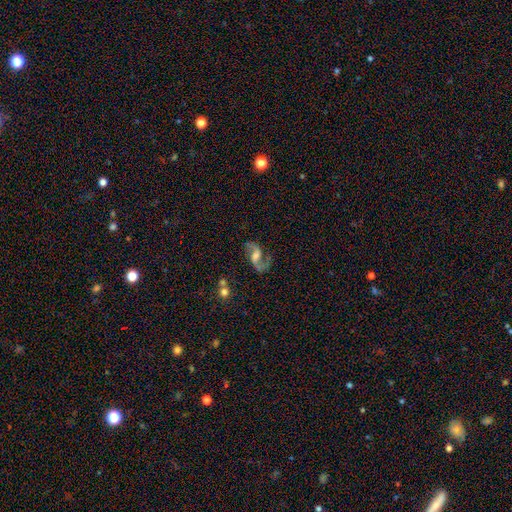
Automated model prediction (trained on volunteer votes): The model was most divided on "bar": weak: 47%, no: 35%, strong: 17%. Remaining: edge-on disk — no (98%); spiral arms — yes (97%); spiral arm count — 2 (93%); smooth or featured — featured or disk (89%); merging — none (73%); spiral winding — loose (65%); bulge size — moderate (42%).